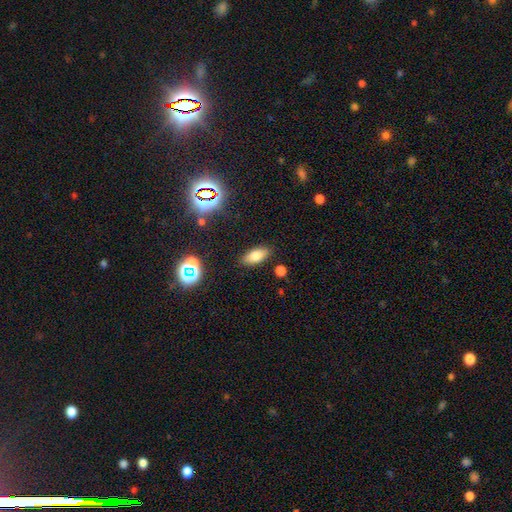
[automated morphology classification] Smooth or featured?
  - smooth: 76% *
  - star or artifact: 12%
  - featured or disk: 11%
How rounded?
  - in between: 85% *
  - cigar-shaped: 12%
  - round: 4%
Merging?
  - none: 86% *
  - minor disturbance: 10%
  - major disturbance: 3%
  - merger: 2%